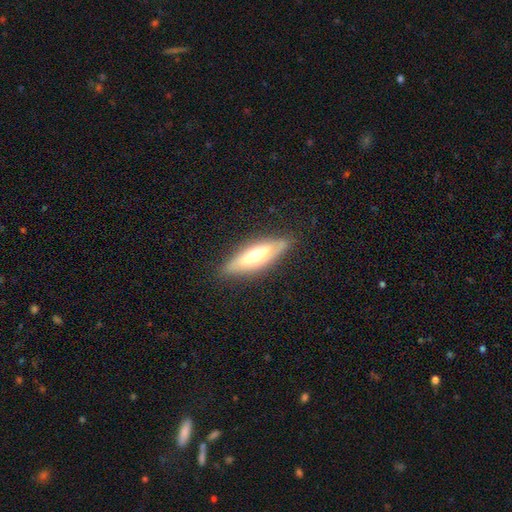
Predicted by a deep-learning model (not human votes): Q: Smooth or featured?
A: featured or disk (47%); tied with: smooth (47%)
Q: Merging?
A: none (83%); runner-up: minor disturbance (13%)